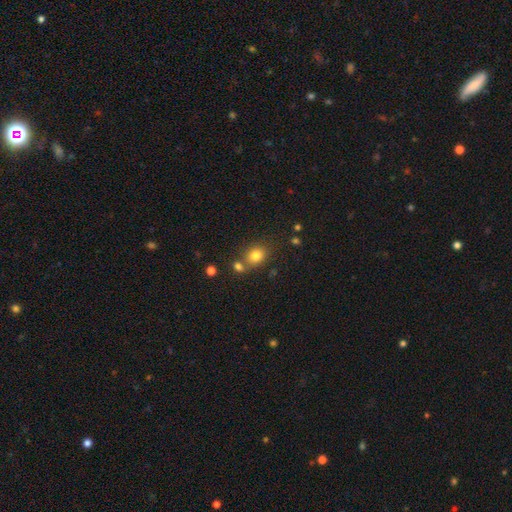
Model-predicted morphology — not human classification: Smooth or featured? Predicted: smooth (p=0.80). How rounded? Predicted: round (p=0.59). Merging? Predicted: none (p=0.60).